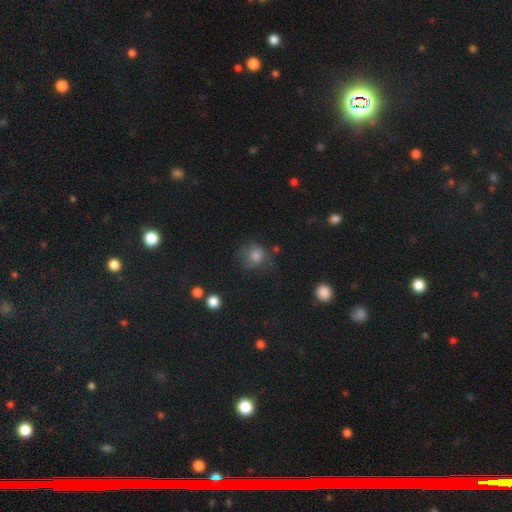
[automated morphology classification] Smooth or featured? smooth (72%)
How rounded? round (78%)
Merging? none (55%)